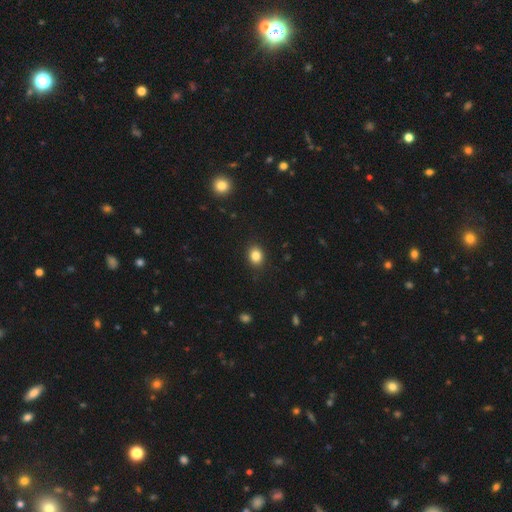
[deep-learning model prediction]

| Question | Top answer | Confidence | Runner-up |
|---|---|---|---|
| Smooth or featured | smooth | 85% | star or artifact (10%) |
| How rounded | round | 50% | in between (49%) |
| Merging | none | 90% | minor disturbance (7%) |